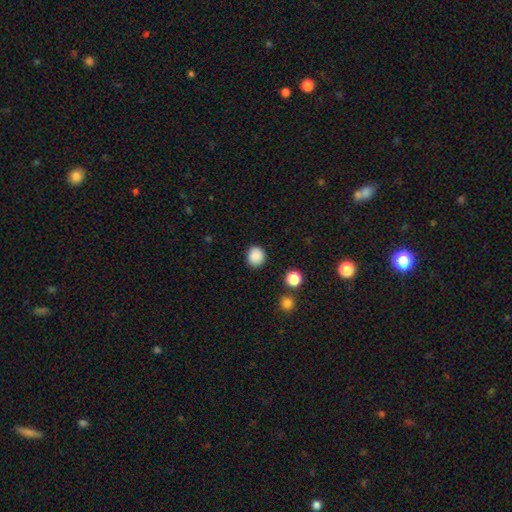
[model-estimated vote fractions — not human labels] Overall: smooth (87%). How rounded: round (85%). Merging: none (87%).